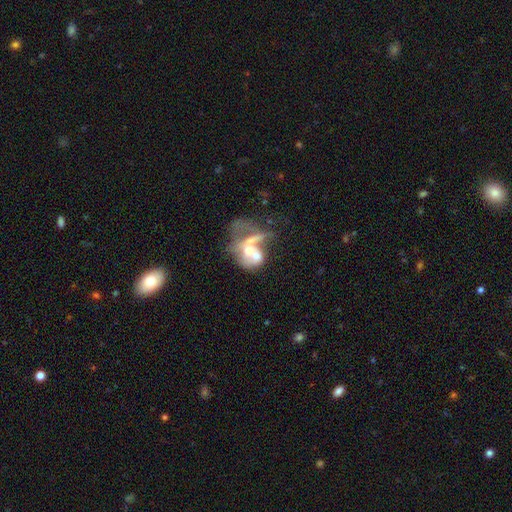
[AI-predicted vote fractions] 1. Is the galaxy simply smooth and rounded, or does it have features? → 56% featured or disk, 24% smooth, 20% star or artifact.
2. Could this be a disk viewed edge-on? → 94% no, 6% yes.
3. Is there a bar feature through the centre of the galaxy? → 75% no, 18% weak, 7% strong.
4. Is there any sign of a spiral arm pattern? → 61% no, 39% yes.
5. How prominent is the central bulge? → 37% moderate, 33% small, 19% none, 7% large, 3% dominant.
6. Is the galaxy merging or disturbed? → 48% merger, 24% major disturbance, 18% none, 10% minor disturbance.